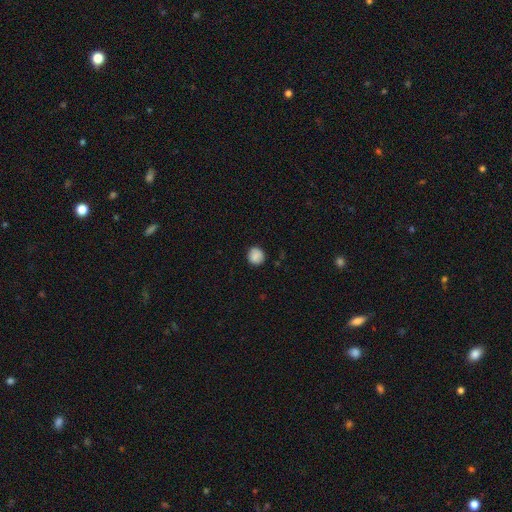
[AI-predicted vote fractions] A smooth galaxy with no disk features (86%) that is round (90%).

Vote fractions:
- Smooth or featured? smooth: 86% / star or artifact: 9% / featured or disk: 5%
- How rounded? round: 90% / in between: 9% / cigar-shaped: 1%
- Merging? none: 85% / minor disturbance: 11% / major disturbance: 3% / merger: 1%